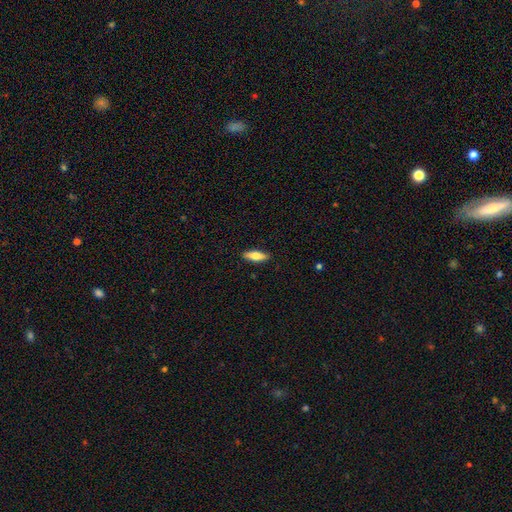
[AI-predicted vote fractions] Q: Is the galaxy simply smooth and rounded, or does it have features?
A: smooth — 73%.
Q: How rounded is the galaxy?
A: in between — 59%.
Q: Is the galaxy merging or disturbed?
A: none — 89%.